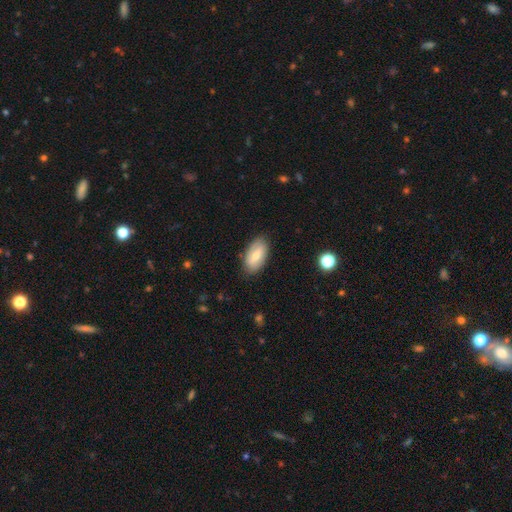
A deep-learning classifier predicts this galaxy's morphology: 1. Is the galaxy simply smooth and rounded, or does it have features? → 65% smooth, 28% featured or disk, 7% star or artifact.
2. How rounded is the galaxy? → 93% in between, 3% round, 3% cigar-shaped.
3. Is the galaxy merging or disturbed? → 82% none, 14% minor disturbance, 3% major disturbance, 1% merger.